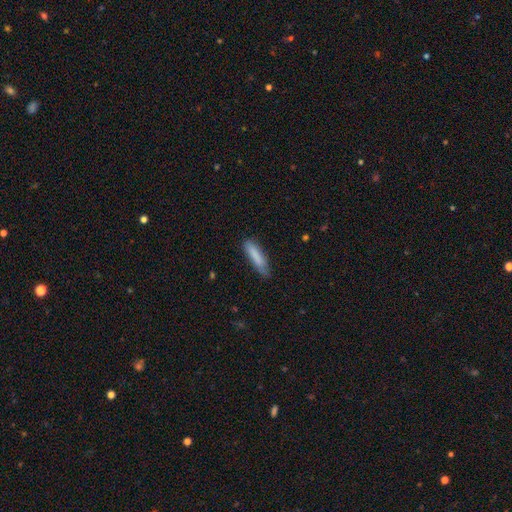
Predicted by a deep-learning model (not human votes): Smooth or featured? smooth (83%)
How rounded? cigar-shaped (79%)
Merging? none (72%)